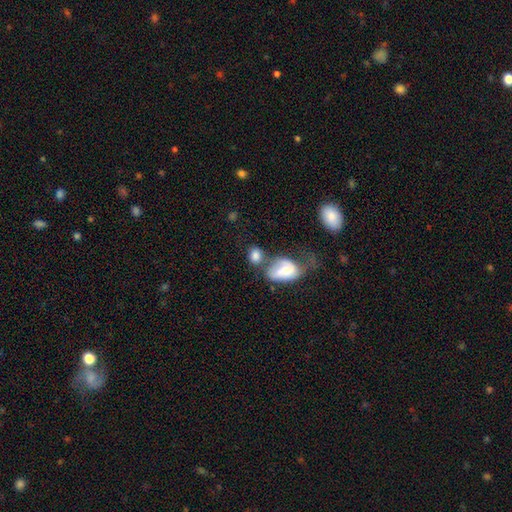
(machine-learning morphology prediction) This appears to be a smooth galaxy with no disk features (78%) that is in between round and cigar-shaped (66%). Merging: merger (43%).